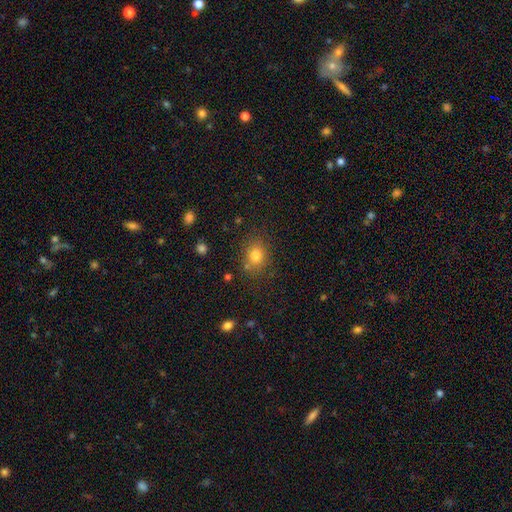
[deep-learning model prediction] smooth 79%, star or artifact 13%, featured or disk 8%. Down the decision tree: how rounded — round (54%); merging — none (77%).